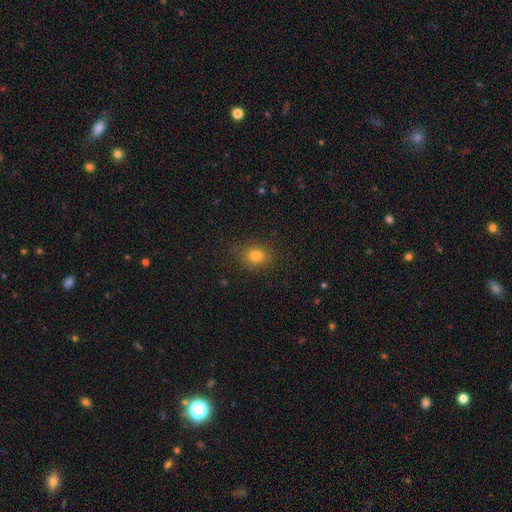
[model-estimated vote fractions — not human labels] This is clearly a smooth galaxy (81%). How rounded: likely round (62%). Merging: clearly none (84%).